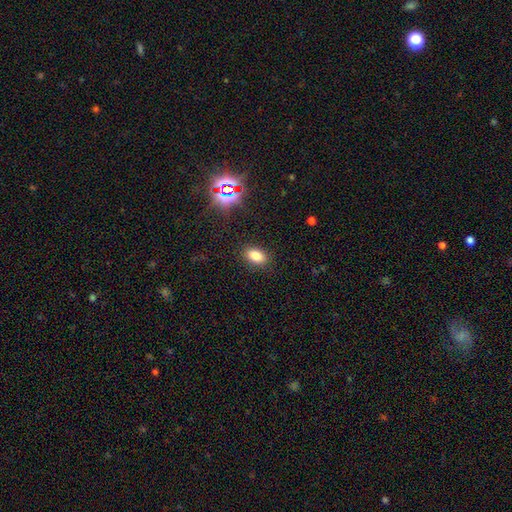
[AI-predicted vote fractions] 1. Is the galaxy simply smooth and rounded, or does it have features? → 79% smooth, 14% star or artifact, 6% featured or disk.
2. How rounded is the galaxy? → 88% in between, 10% round, 2% cigar-shaped.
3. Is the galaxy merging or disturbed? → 87% none, 9% minor disturbance, 3% major disturbance, 1% merger.